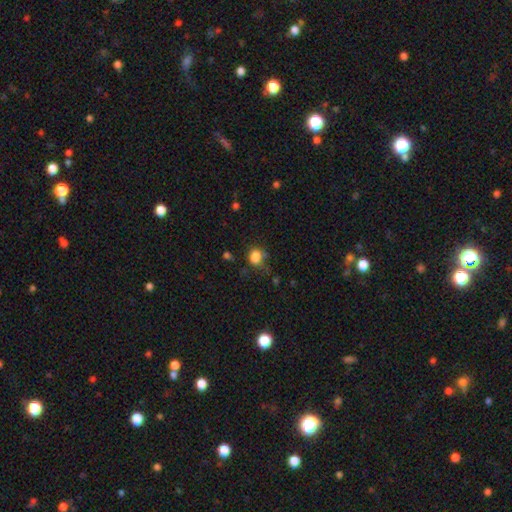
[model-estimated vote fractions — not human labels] Smooth or featured?
  - smooth: 82% *
  - star or artifact: 12%
  - featured or disk: 6%
How rounded?
  - round: 54% *
  - in between: 45%
  - cigar-shaped: 1%
Merging?
  - none: 53% *
  - minor disturbance: 27%
  - major disturbance: 13%
  - merger: 8%